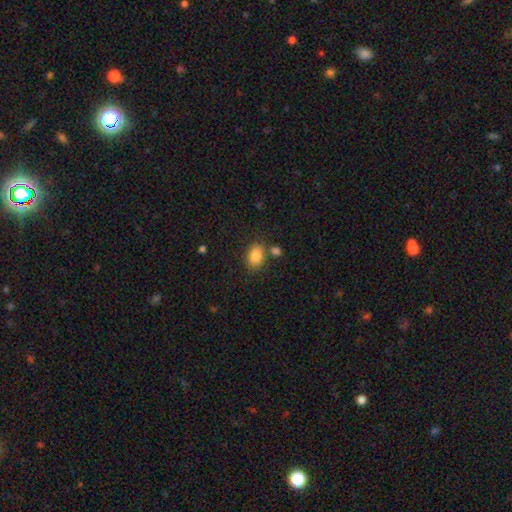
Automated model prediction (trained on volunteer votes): smooth_or_featured: smooth (p=0.84) [alt: star or artifact p=0.09]
how_rounded: in between (p=0.80) [alt: round p=0.18]
merging: none (p=0.71) [alt: minor disturbance p=0.14]